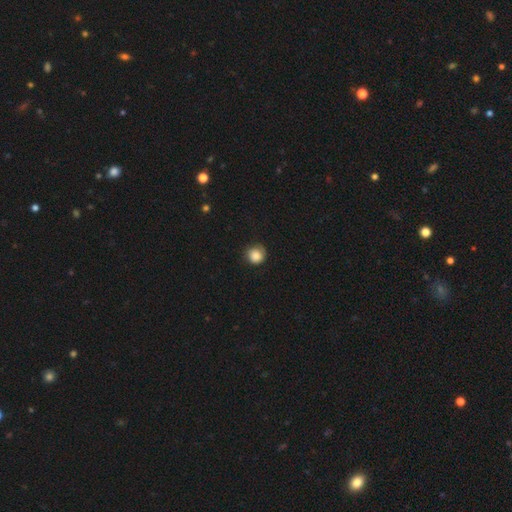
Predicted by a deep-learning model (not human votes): Smooth or featured? Predicted: smooth (p=0.85). How rounded? Predicted: round (p=0.90). Merging? Predicted: none (p=0.75).